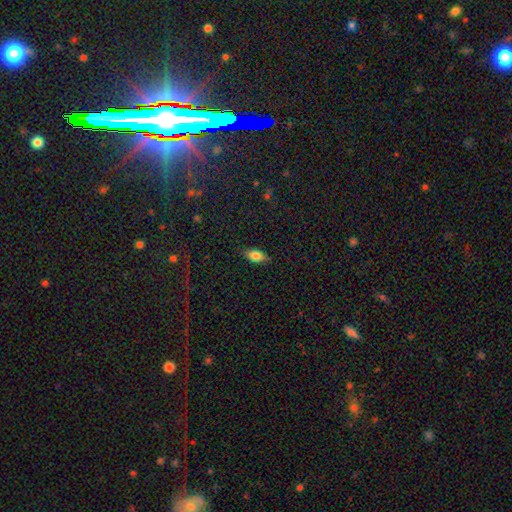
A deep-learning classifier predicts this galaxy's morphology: Q: Smooth or featured?
A: smooth (81%); runner-up: featured or disk (10%)
Q: How rounded?
A: in between (88%); runner-up: cigar-shaped (7%)
Q: Merging?
A: none (84%); runner-up: minor disturbance (13%)